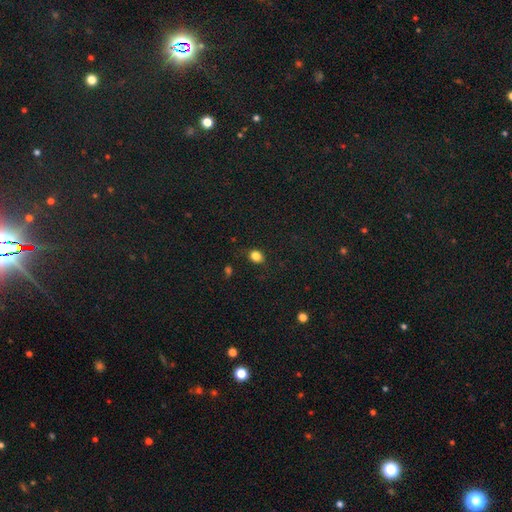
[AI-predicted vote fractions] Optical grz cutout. It shows a smooth galaxy with no disk features (83%) that is in between round and cigar-shaped (59%). Merging: none (80%).